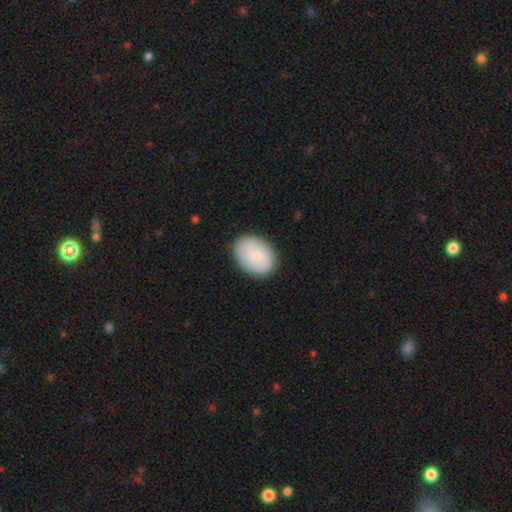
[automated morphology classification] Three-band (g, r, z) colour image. It shows a smooth galaxy with no disk features (72%) that is in between round and cigar-shaped (76%). Merging: none (84%).